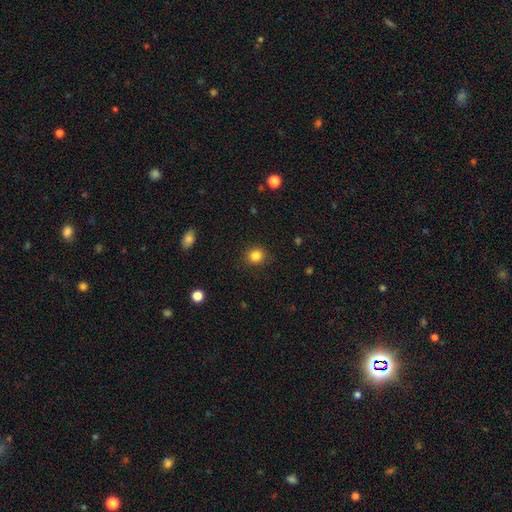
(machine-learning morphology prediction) Smooth or featured: smooth — 84% (star or artifact — 11%)
How rounded: round — 86% (in between — 13%)
Merging: none — 88% (minor disturbance — 8%)